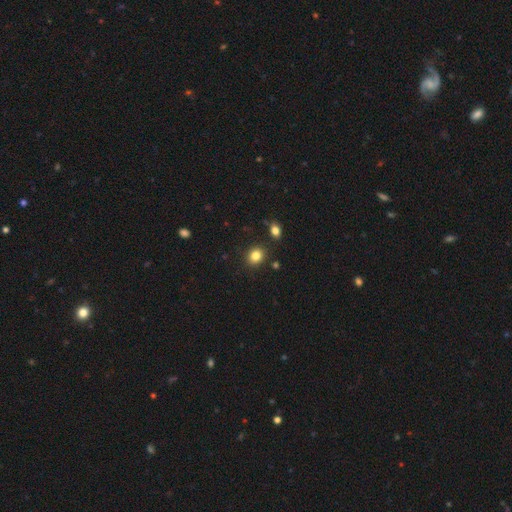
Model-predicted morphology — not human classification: A smooth galaxy with no disk features (83%) that is round (68%).

Vote fractions:
- Smooth or featured? smooth: 83% / star or artifact: 12% / featured or disk: 6%
- How rounded? round: 68% / in between: 31% / cigar-shaped: 1%
- Merging? none: 86% / minor disturbance: 8% / merger: 4% / major disturbance: 2%